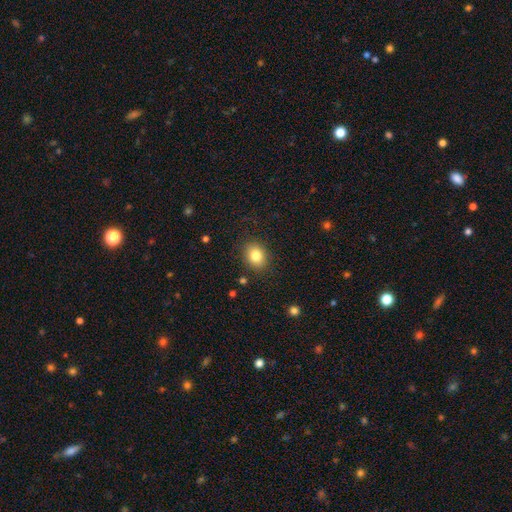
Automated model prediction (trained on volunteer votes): This appears to be a smooth galaxy with no disk features (83%) that is round (53%). Merging: none (86%).